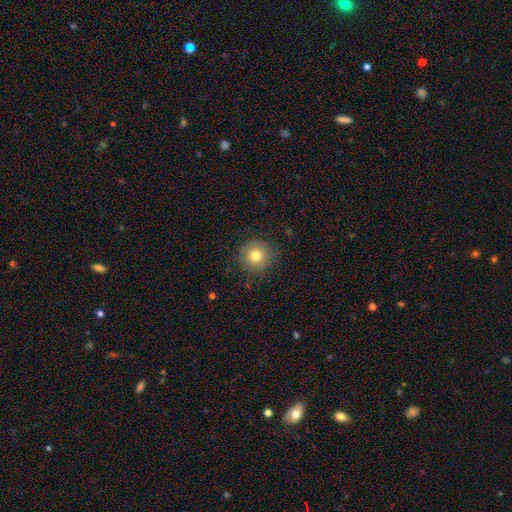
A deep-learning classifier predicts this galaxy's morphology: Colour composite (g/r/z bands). It shows a smooth galaxy with no disk features (78%) that is round (94%). Merging: none (87%).